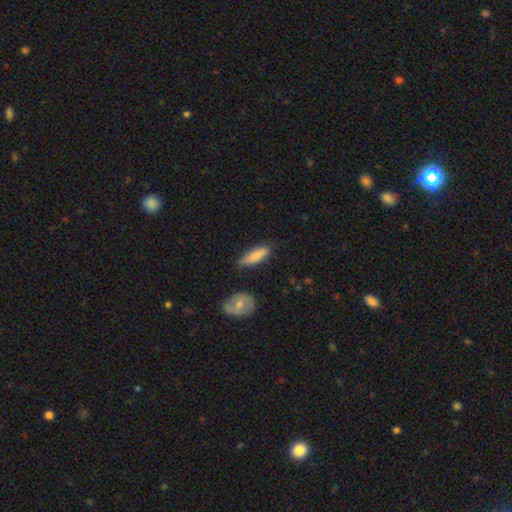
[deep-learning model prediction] Smooth or featured?
  - smooth: 78% *
  - featured or disk: 16%
  - star or artifact: 6%
How rounded?
  - cigar-shaped: 57% *
  - in between: 41%
  - round: 2%
Merging?
  - none: 74% *
  - minor disturbance: 19%
  - major disturbance: 4%
  - merger: 4%